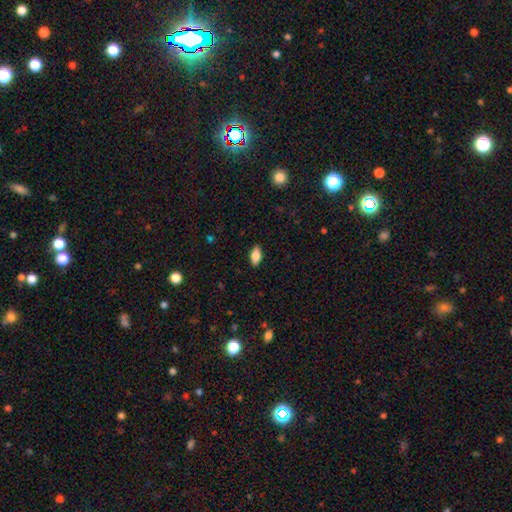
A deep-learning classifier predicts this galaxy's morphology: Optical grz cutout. It shows a smooth galaxy with no disk features (79%) that is in between round and cigar-shaped (88%). Merging: none (89%).